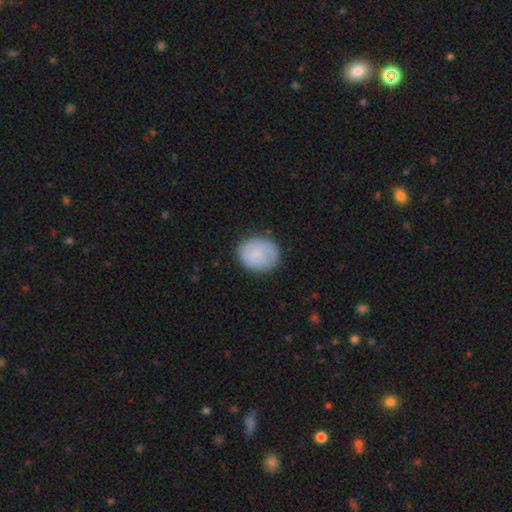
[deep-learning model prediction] smooth-or-featured: smooth: 75% | featured or disk: 19% | star or artifact: 6%
  how-rounded: round: 71% | in between: 28% | cigar-shaped: 1%
  merging: none: 79% | minor disturbance: 16% | major disturbance: 4% | merger: 1%